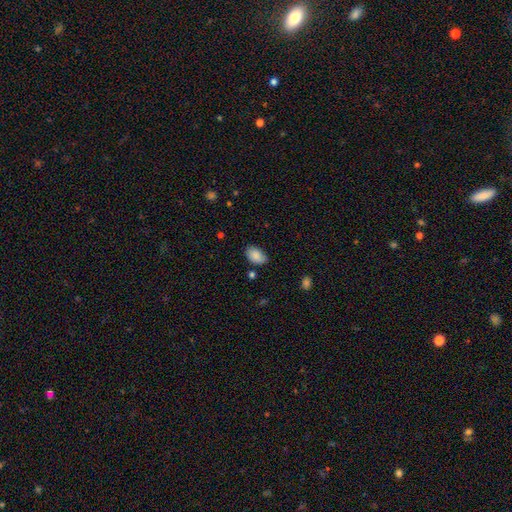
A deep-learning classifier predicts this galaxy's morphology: A smooth galaxy with no disk features (87%) that is in between round and cigar-shaped (91%). Merging: none (76%).